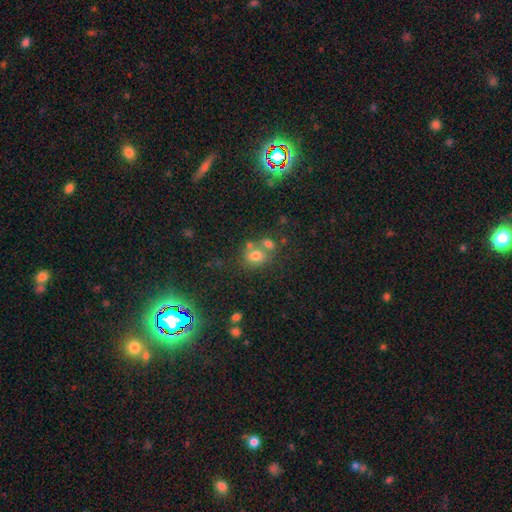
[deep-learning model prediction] A smooth galaxy with no disk features (70%) that is round (55%).

Vote fractions:
- Smooth or featured? smooth: 70% / star or artifact: 16% / featured or disk: 14%
- How rounded? round: 55% / in between: 44% / cigar-shaped: 1%
- Merging? none: 47% / merger: 35% / minor disturbance: 13% / major disturbance: 6%